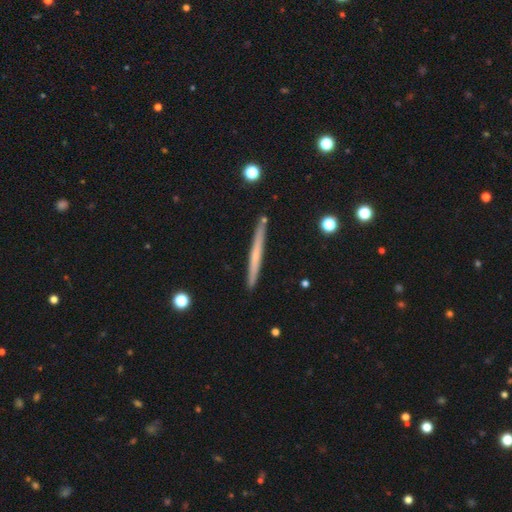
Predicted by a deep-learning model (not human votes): Smooth or featured? featured or disk (48%)
Merging? none (90%)